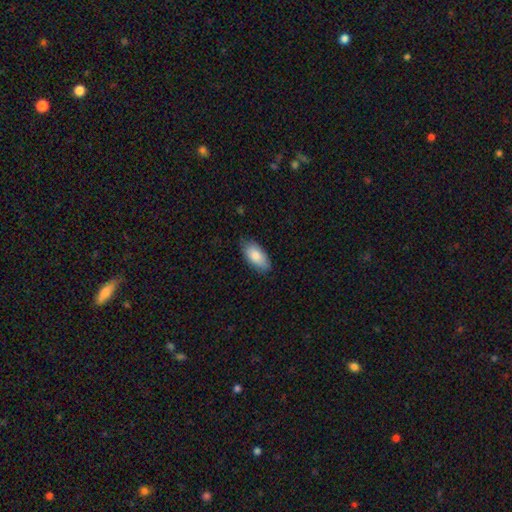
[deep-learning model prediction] A smooth galaxy with no disk features (84%) that is in between round and cigar-shaped (91%). Merging: none (81%).